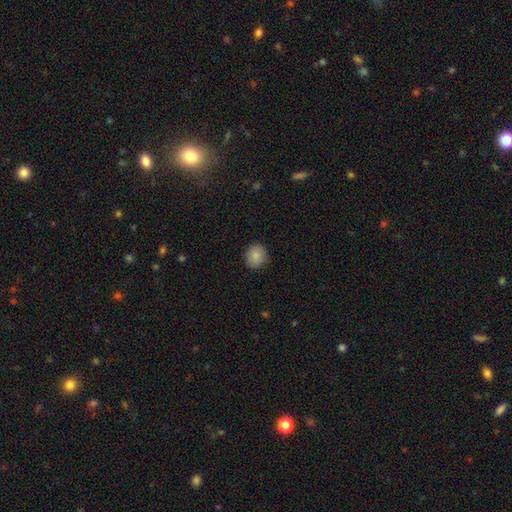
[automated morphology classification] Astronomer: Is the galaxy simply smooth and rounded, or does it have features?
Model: smooth — 86%.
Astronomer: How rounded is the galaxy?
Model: round — 74%.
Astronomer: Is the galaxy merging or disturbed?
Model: none — 89%.